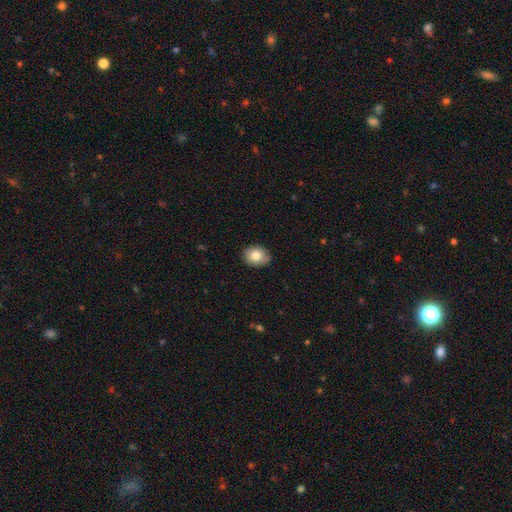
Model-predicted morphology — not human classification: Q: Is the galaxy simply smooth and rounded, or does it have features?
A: smooth — 81%.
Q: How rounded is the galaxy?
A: in between — 54%.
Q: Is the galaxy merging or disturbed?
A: none — 84%.